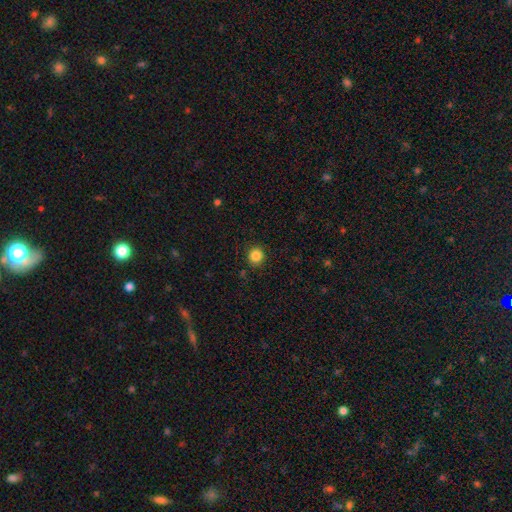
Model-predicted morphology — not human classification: Overall: smooth (85%). How rounded: round (91%). Merging: none (90%).